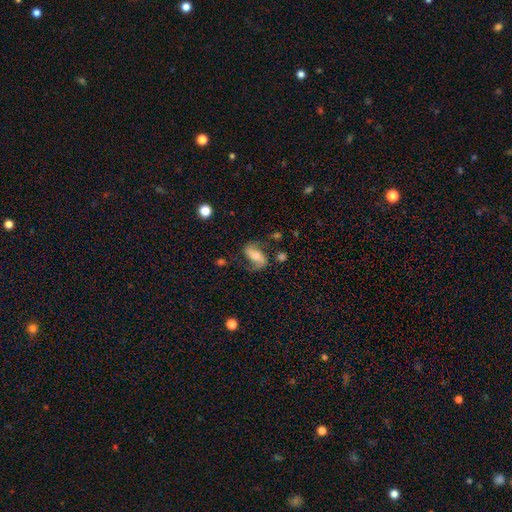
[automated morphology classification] Smooth or featured?
  - featured or disk: 77% *
  - smooth: 16%
  - star or artifact: 7%
Edge-on disk?
  - no: 96% *
  - yes: 4%
Bar?
  - weak: 36% * (tied)
  - no: 36% * (tied)
  - strong: 28%
Spiral arms?
  - yes: 94% *
  - no: 6%
Spiral winding?
  - loose: 53% *
  - medium: 36%
  - tight: 11%
Spiral arm count?
  - 2: 89% *
  - 1: 5%
  - can't tell: 3%
  - 3: 1%
  - 4: 1%
  - more than 4: 1%
Bulge size?
  - moderate: 56% *
  - small: 27%
  - large: 11%
  - none: 4%
  - dominant: 2%
Merging?
  - none: 68% *
  - minor disturbance: 18%
  - major disturbance: 11%
  - merger: 3%